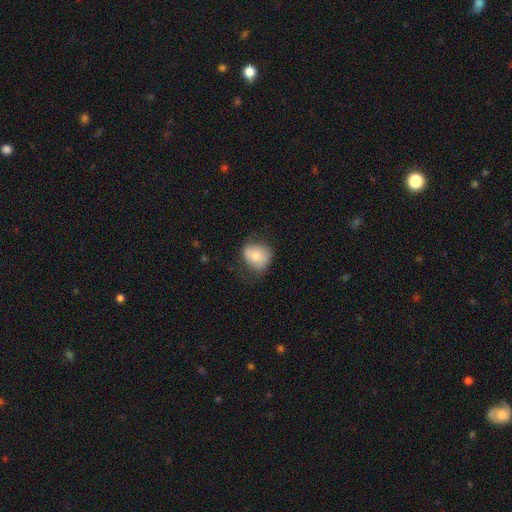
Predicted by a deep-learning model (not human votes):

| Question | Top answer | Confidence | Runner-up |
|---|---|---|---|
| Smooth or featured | smooth | 71% | featured or disk (20%) |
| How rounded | round | 58% | in between (41%) |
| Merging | none | 59% | minor disturbance (28%) |